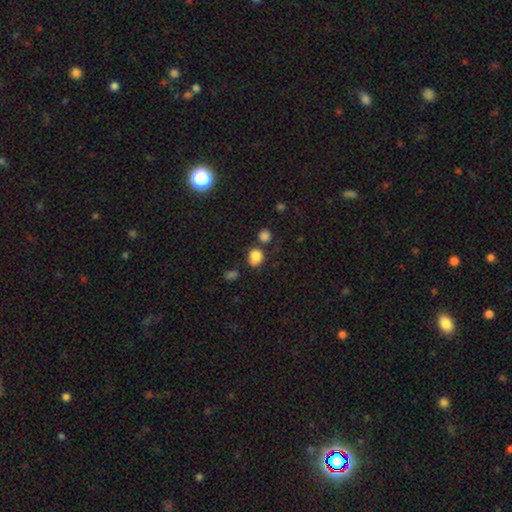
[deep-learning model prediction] The model was most divided on "how rounded": round: 68%, in between: 31%, cigar-shaped: 1%. More confident: smooth or featured — smooth (82%); merging — none (67%).